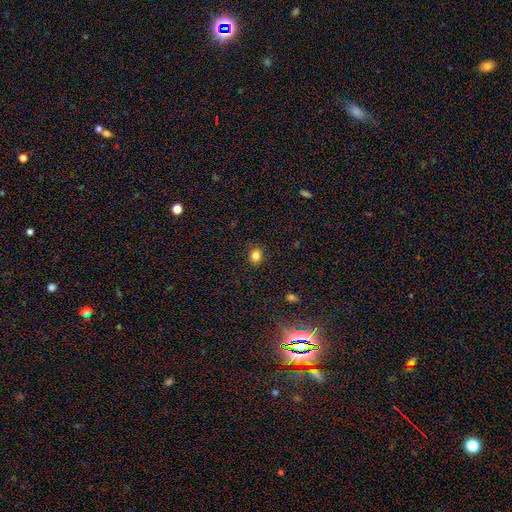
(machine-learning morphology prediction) Overall: smooth (83%). How rounded: round (65%; in between 34%). Merging: none (89%).